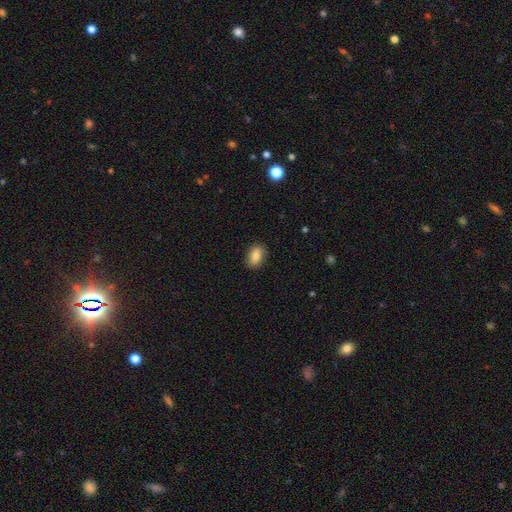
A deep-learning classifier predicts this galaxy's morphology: A smooth galaxy with no disk features (85%) that is in between round and cigar-shaped (84%).

Vote fractions:
- Smooth or featured? smooth: 85% / star or artifact: 8% / featured or disk: 7%
- How rounded? in between: 84% / round: 14% / cigar-shaped: 2%
- Merging? none: 86% / minor disturbance: 11% / major disturbance: 2% / merger: 1%